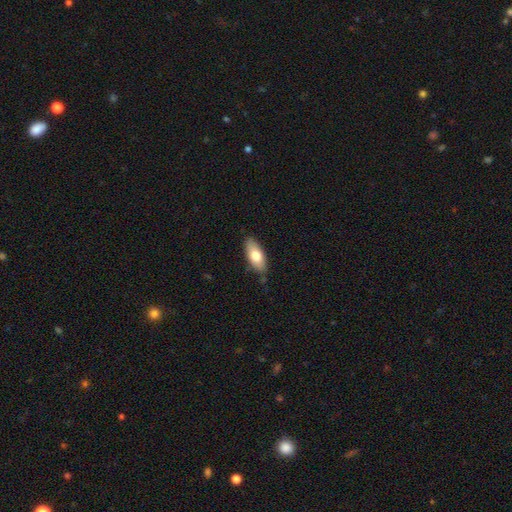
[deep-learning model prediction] A smooth galaxy with no disk features (73%) that is in between round and cigar-shaped (84%).

Vote fractions:
- Smooth or featured? smooth: 73% / featured or disk: 20% / star or artifact: 6%
- How rounded? in between: 84% / cigar-shaped: 13% / round: 3%
- Merging? none: 80% / minor disturbance: 16% / major disturbance: 3% / merger: 2%